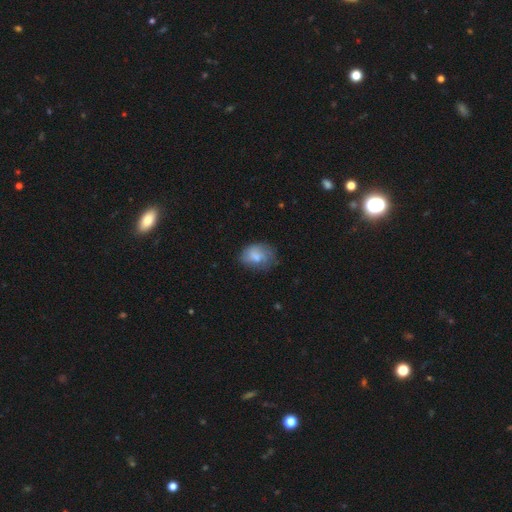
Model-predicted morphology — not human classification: smooth-or-featured: smooth: 76% | featured or disk: 16% | star or artifact: 8%
  how-rounded: in between: 64% | round: 35% | cigar-shaped: 1%
  merging: none: 61% | minor disturbance: 27% | major disturbance: 10% | merger: 2%